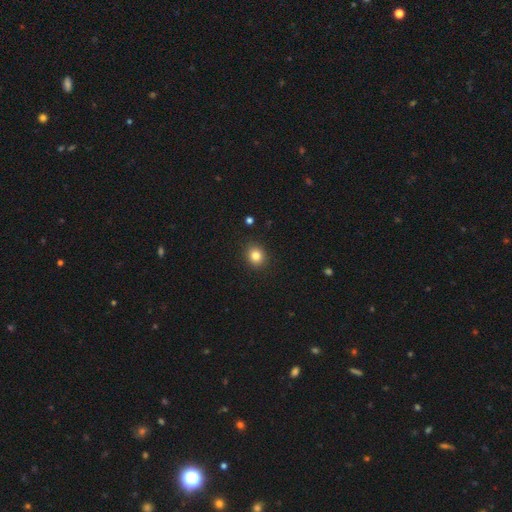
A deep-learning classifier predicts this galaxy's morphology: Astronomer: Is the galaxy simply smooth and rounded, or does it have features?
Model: smooth — 84%.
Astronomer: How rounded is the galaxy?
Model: round — 73%.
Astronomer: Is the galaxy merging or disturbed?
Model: none — 90%.